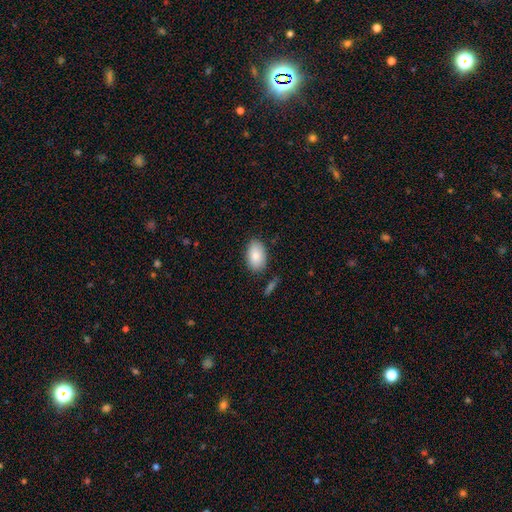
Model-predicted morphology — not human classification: This is clearly a smooth galaxy (85%). How rounded: clearly in between (92%). Merging: clearly none (81%).